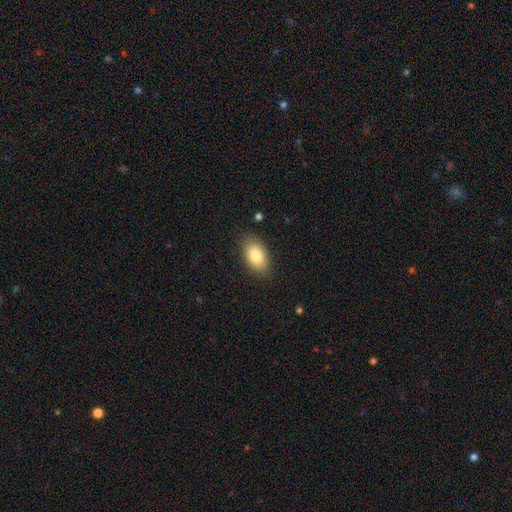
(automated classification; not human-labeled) Q: Smooth or featured?
A: smooth (83%); runner-up: featured or disk (10%)
Q: How rounded?
A: in between (92%); runner-up: round (5%)
Q: Merging?
A: none (84%); runner-up: minor disturbance (12%)